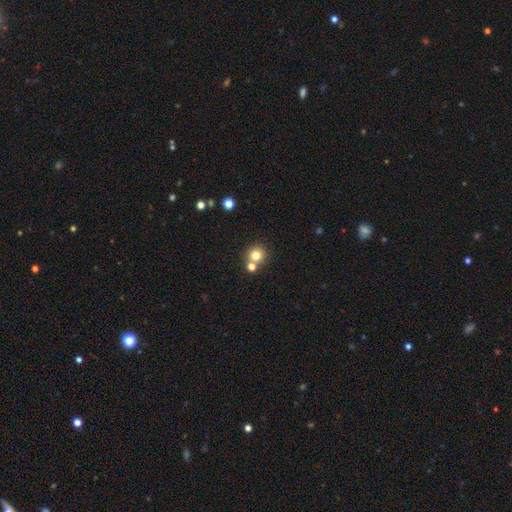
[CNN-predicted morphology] smooth_or_featured: smooth (p=0.76) [alt: star or artifact p=0.14]
how_rounded: round (p=0.91) [alt: in between p=0.09]
merging: none (p=0.65) [alt: merger p=0.25]